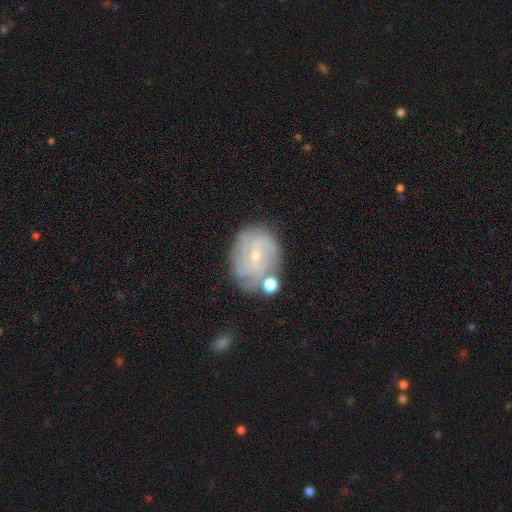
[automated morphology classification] Smooth or featured? featured or disk (70%)
Edge-on disk? no (97%)
Bar? no (53%)
Spiral arms? yes (86%)
Spiral winding? tight (54%)
Spiral arm count? can't tell (42%)
Bulge size? small (74%)
Merging? none (62%)